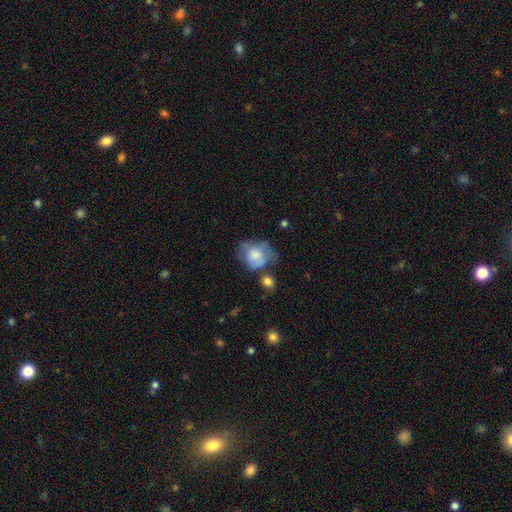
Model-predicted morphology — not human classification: Smooth or featured? smooth (58%)
How rounded? in between (50%)
Merging? none (32%)